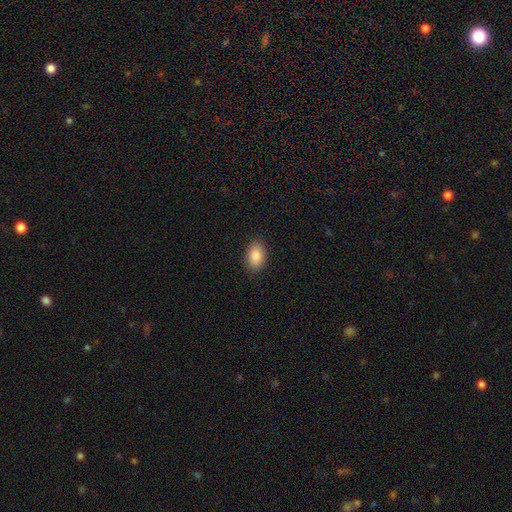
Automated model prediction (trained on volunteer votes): smooth 88%, star or artifact 7%, featured or disk 4%. Down the decision tree: how rounded — in between (90%); merging — none (89%).